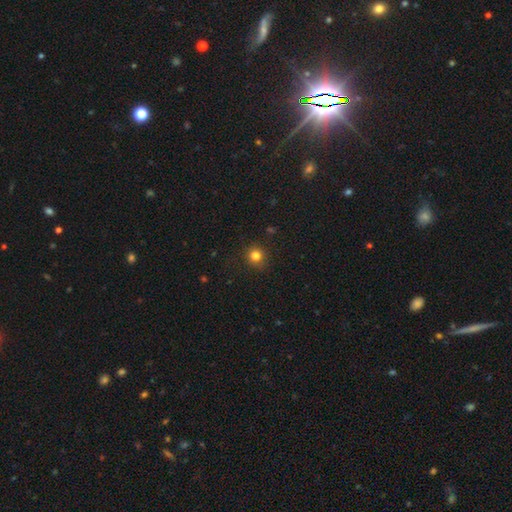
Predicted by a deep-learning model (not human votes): smooth-or-featured: smooth: 81% | star or artifact: 14% | featured or disk: 5%
  how-rounded: round: 92% | in between: 7% | cigar-shaped: 1%
  merging: none: 90% | minor disturbance: 7% | major disturbance: 2% | merger: 1%